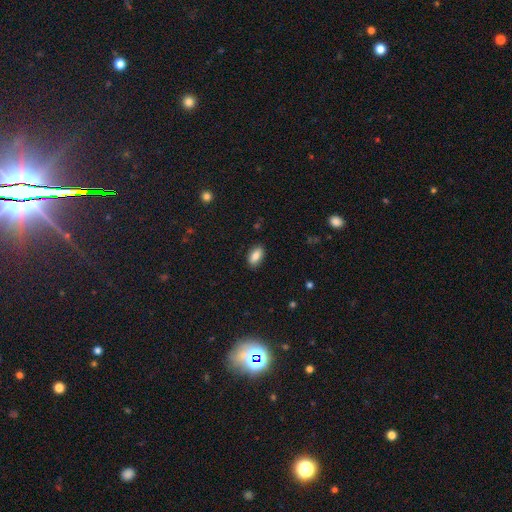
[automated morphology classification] type=smooth (84%); roundness=in between (91%); merging=none (87%).